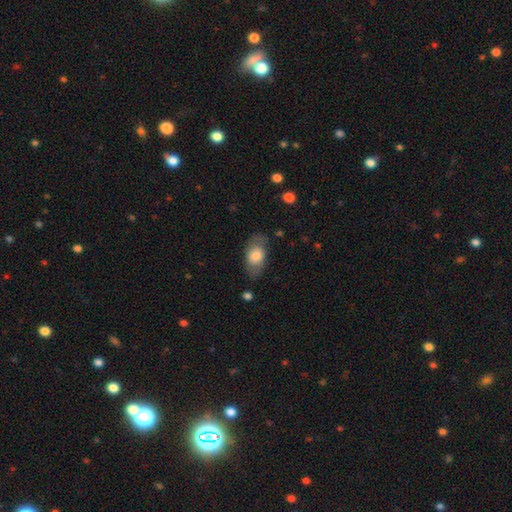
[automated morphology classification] smooth 70%, featured or disk 23%, star or artifact 6%. Down the decision tree: how rounded — in between (89%); merging — none (73%).